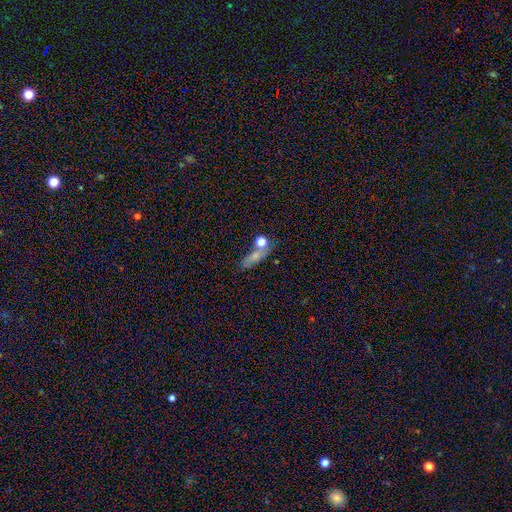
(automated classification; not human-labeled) A smooth galaxy with no disk features (63%) that is cigar-shaped (41%, tied with in between). Merging: none (58%).